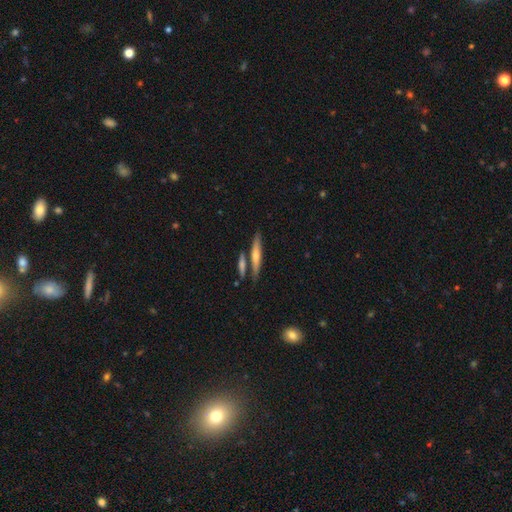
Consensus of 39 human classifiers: Smooth or featured? 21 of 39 (54%) said featured or disk. Edge-on disk? 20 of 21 (95%) said yes. Edge-on bulge? 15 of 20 (75%) said rounded. Merging? 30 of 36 (83%) said none.